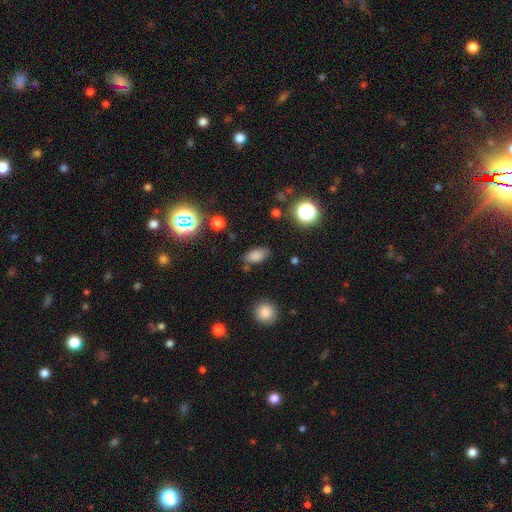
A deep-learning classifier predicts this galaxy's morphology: smooth 80%, star or artifact 13%, featured or disk 7%. Down the decision tree: how rounded — in between (89%); merging — none (76%).